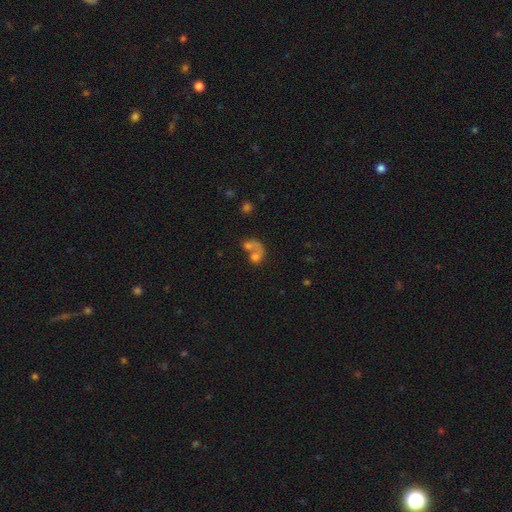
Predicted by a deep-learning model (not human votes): smooth 52%, featured or disk 33%, star or artifact 15%. Down the decision tree: how rounded — in between (50%); merging — merger (56%).